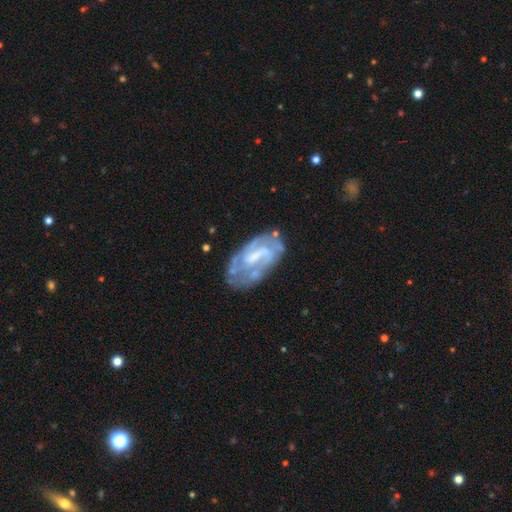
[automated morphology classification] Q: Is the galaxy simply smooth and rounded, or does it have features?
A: featured or disk — 77%.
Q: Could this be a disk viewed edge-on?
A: no — 95%.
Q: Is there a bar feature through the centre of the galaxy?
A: weak — 48%.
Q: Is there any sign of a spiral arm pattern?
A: yes — 72%.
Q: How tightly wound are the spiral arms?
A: tight — 44%.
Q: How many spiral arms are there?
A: can't tell — 44%.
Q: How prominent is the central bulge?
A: small — 38%.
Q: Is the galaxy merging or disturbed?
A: none — 59%.